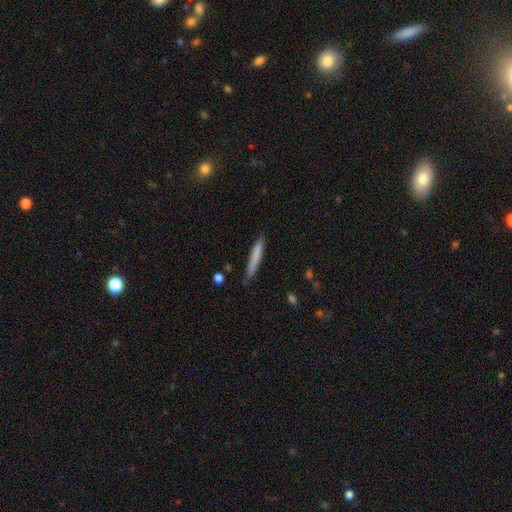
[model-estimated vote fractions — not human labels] The model was most divided on "smooth or featured": smooth: 74%, featured or disk: 20%, star or artifact: 6%. More confident: how rounded — cigar-shaped (95%); merging — none (82%).